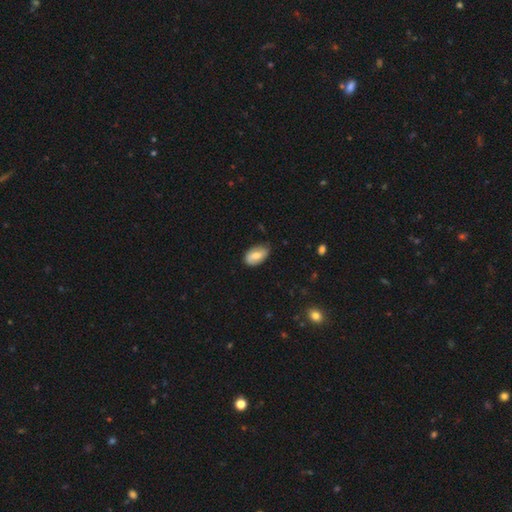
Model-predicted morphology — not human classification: Q: Smooth or featured?
A: smooth (61%); runner-up: featured or disk (33%)
Q: How rounded?
A: in between (92%); runner-up: round (7%)
Q: Merging?
A: none (70%); runner-up: minor disturbance (24%)